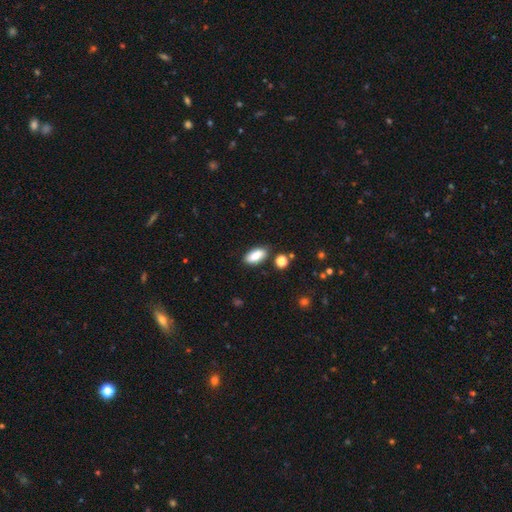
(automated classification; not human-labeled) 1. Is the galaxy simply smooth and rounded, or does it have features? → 86% smooth, 7% star or artifact, 7% featured or disk.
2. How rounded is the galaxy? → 86% in between, 10% cigar-shaped, 3% round.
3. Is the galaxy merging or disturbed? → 82% none, 12% minor disturbance, 4% merger, 3% major disturbance.